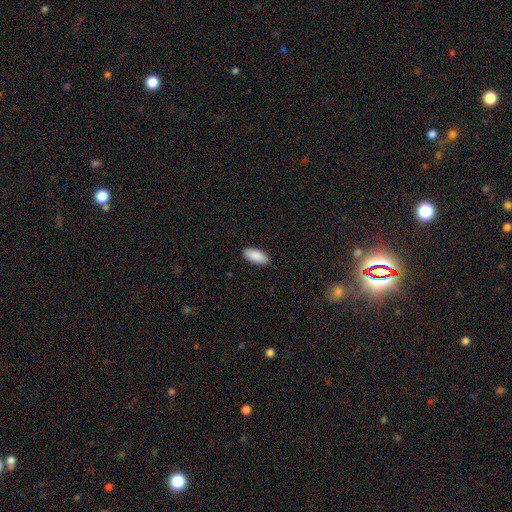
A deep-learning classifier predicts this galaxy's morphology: Smooth or featured? smooth (91%)
How rounded? in between (91%)
Merging? none (89%)